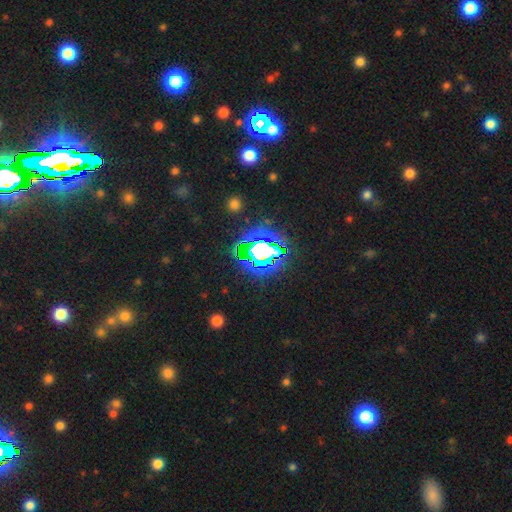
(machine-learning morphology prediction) Smooth or featured? Predicted: star or artifact (p=0.63).